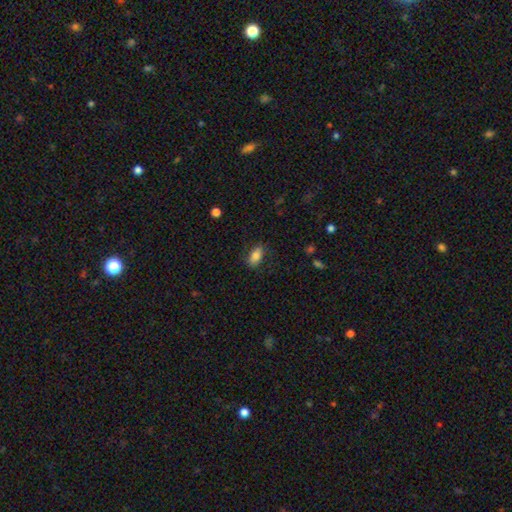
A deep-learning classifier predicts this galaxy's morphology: The model was most divided on "smooth or featured": smooth: 81%, featured or disk: 12%, star or artifact: 8%. More confident: how rounded — in between (86%); merging — none (83%).